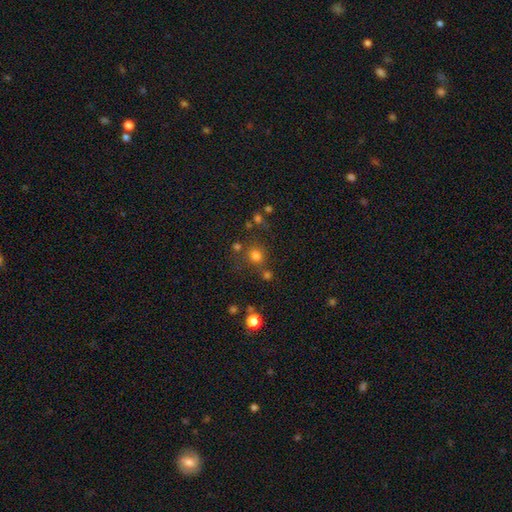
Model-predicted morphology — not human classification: This appears to be a smooth galaxy with no disk features (73%) that is round (83%). Merging: none (71%).